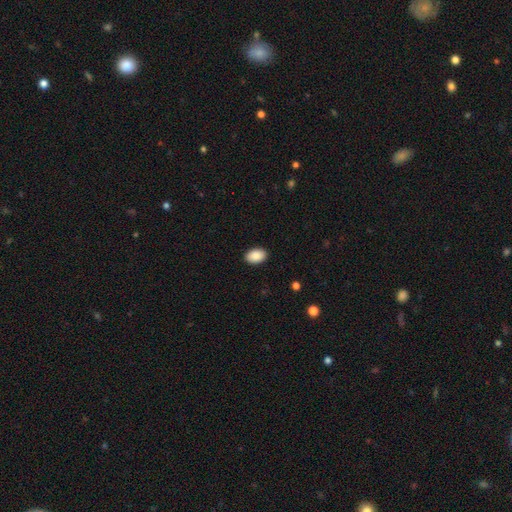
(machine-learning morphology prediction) smooth-or-featured: smooth: 89% | star or artifact: 7% | featured or disk: 4%
  how-rounded: in between: 89% | round: 10% | cigar-shaped: 1%
  merging: none: 91% | minor disturbance: 7% | major disturbance: 2% | merger: 1%